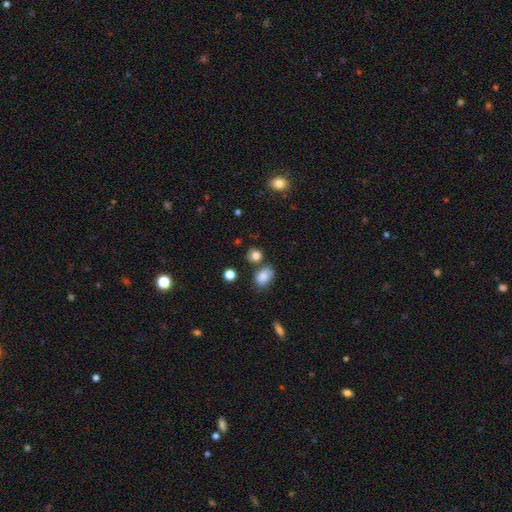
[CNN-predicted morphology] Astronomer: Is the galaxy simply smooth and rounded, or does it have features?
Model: smooth — 81%.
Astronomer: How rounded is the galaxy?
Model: round — 70%.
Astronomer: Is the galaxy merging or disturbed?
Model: none — 67%.